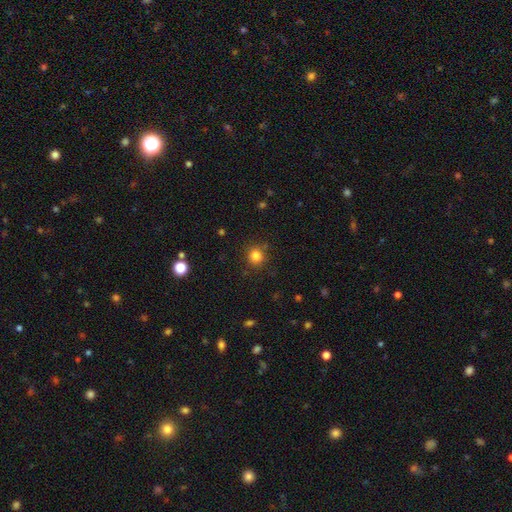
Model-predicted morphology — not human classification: Smooth or featured? Predicted: smooth (p=0.82). How rounded? Predicted: round (p=0.90). Merging? Predicted: none (p=0.85).